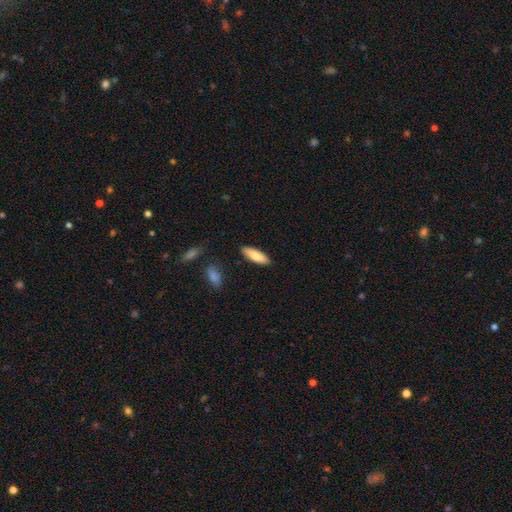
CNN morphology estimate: This is clearly a smooth galaxy (82%). How rounded: possibly in between (58%). Merging: clearly none (87%).